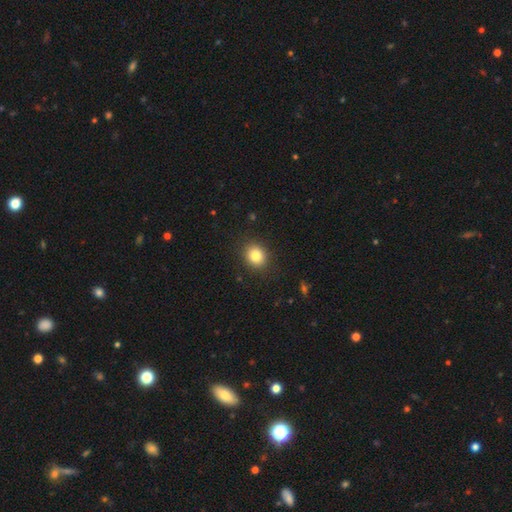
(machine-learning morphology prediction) This appears to be a smooth galaxy with no disk features (83%) that is round (67%). Merging: none (89%).